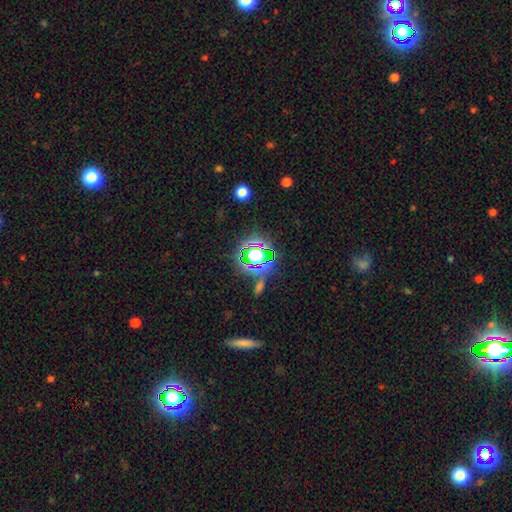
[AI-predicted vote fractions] Smooth or featured? Predicted: star or artifact (p=0.58).